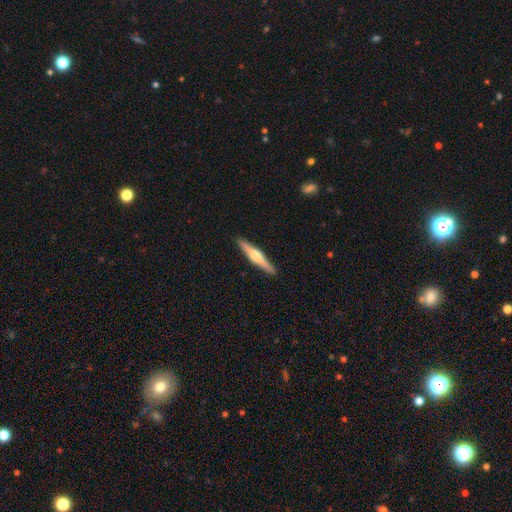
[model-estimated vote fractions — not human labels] Smooth or featured?
  - featured or disk: 64% *
  - smooth: 31%
  - star or artifact: 5%
Edge-on disk?
  - yes: 97% *
  - no: 3%
Edge-on bulge?
  - rounded: 92% *
  - boxy: 4%
  - none: 4%
Merging?
  - none: 91% *
  - minor disturbance: 6%
  - major disturbance: 1%
  - merger: 1%